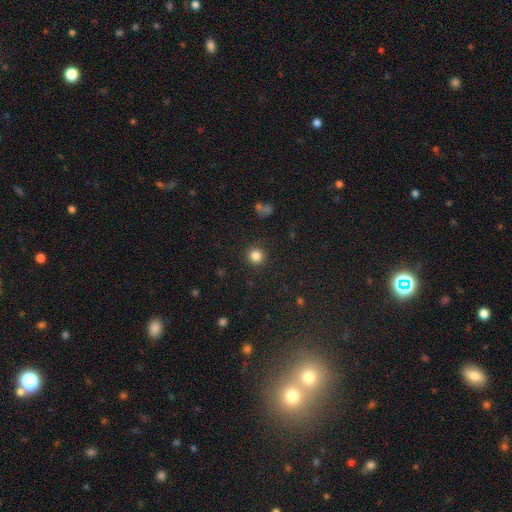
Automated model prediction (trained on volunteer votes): Smooth or featured? Predicted: smooth (p=0.83). How rounded? Predicted: round (p=0.93). Merging? Predicted: none (p=0.90).